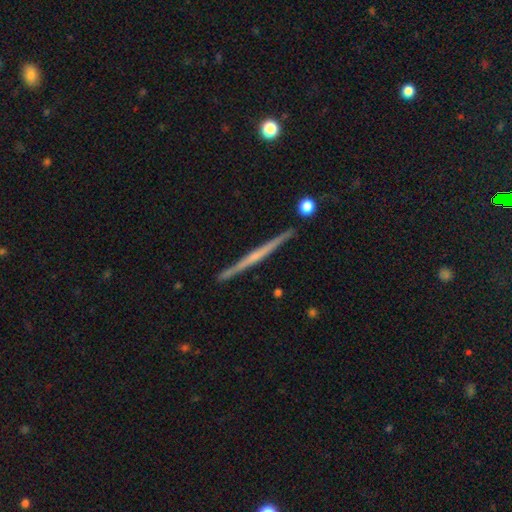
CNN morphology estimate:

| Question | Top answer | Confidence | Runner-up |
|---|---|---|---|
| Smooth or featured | featured or disk | 68% | smooth (26%) |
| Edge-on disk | yes | 98% | no (2%) |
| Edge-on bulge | none | 68% | rounded (24%) |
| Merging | none | 91% | minor disturbance (6%) |